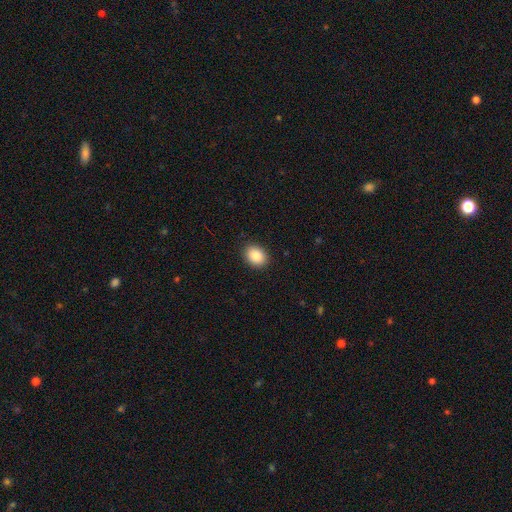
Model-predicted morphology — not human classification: A smooth galaxy with no disk features (87%) that is in between round and cigar-shaped (65%). Merging: none (90%).